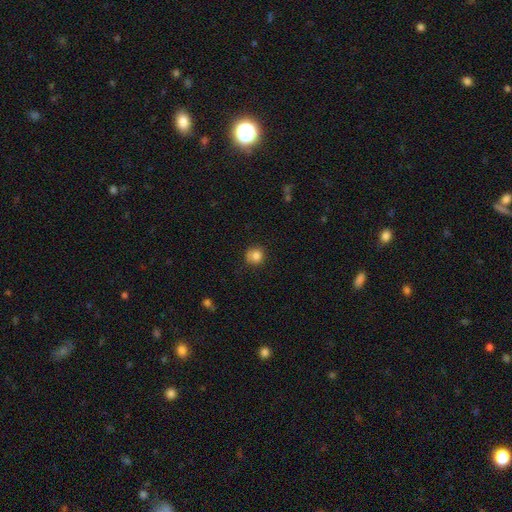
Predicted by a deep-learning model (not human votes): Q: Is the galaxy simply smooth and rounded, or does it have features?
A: smooth — 83%.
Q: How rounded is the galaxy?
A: round — 87%.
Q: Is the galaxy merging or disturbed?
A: none — 71%.